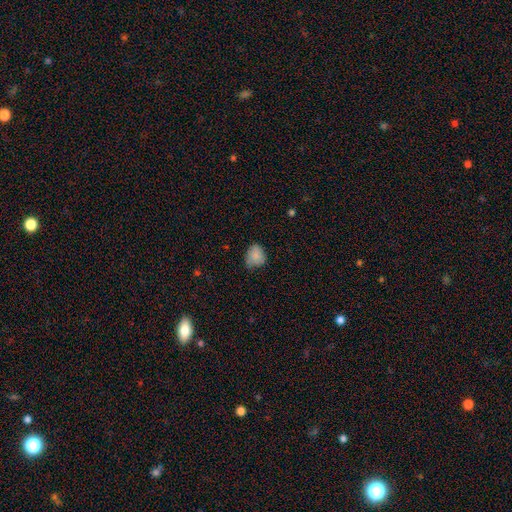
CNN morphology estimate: Smooth or featured?
  - smooth: 83% *
  - star or artifact: 9%
  - featured or disk: 8%
How rounded?
  - round: 60% *
  - in between: 39%
  - cigar-shaped: 1%
Merging?
  - none: 61% *
  - minor disturbance: 32%
  - major disturbance: 6%
  - merger: 1%